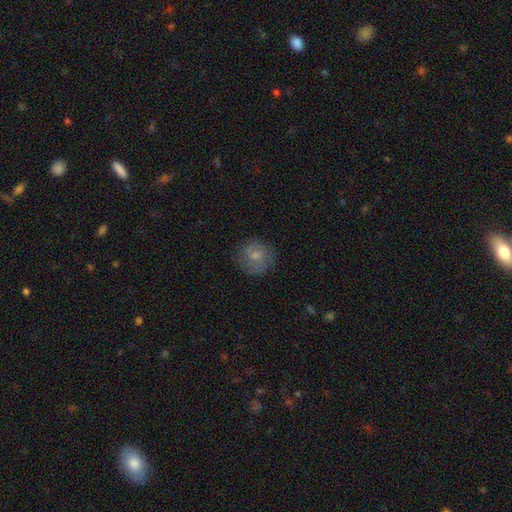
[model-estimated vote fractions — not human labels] This is possibly a smooth galaxy (46%, tied with featured or disk). Merging: likely none (79%).